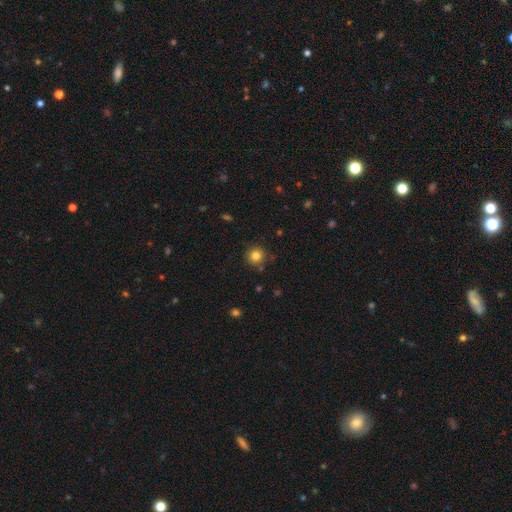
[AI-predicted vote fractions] Smooth or featured?
  - smooth: 82% *
  - star or artifact: 13%
  - featured or disk: 6%
How rounded?
  - round: 94% *
  - in between: 5%
  - cigar-shaped: 1%
Merging?
  - none: 87% *
  - minor disturbance: 8%
  - merger: 3%
  - major disturbance: 2%